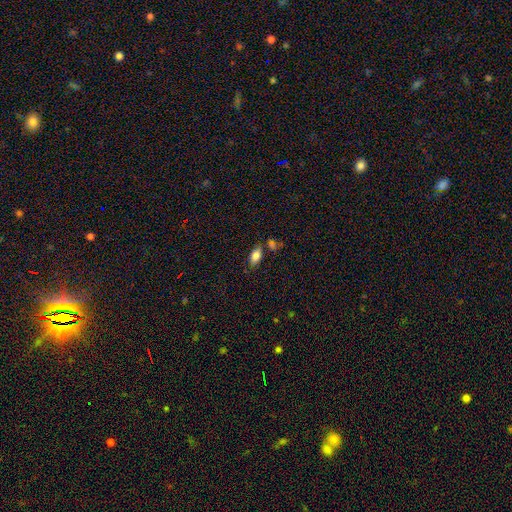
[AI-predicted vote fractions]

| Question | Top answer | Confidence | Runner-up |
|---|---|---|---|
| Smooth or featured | smooth | 81% | featured or disk (11%) |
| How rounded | in between | 89% | cigar-shaped (7%) |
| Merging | none | 74% | minor disturbance (13%) |